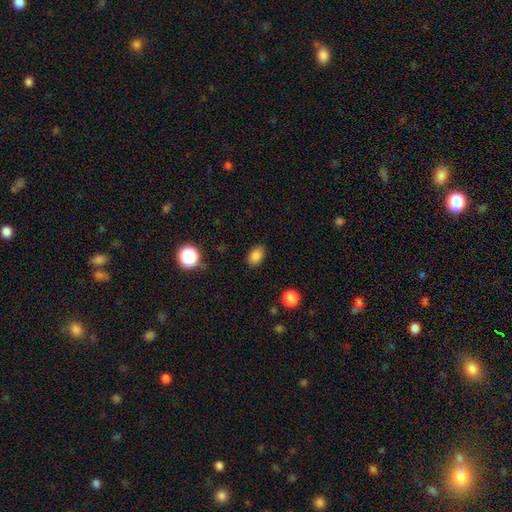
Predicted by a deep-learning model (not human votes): This appears to be a smooth galaxy with no disk features (84%) that is in between round and cigar-shaped (79%). Merging: none (83%).